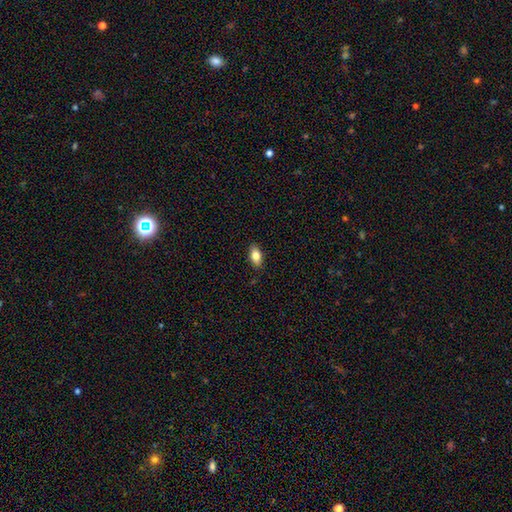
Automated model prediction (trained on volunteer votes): Smooth or featured? Predicted: smooth (p=0.79). How rounded? Predicted: in between (p=0.88). Merging? Predicted: none (p=0.88).